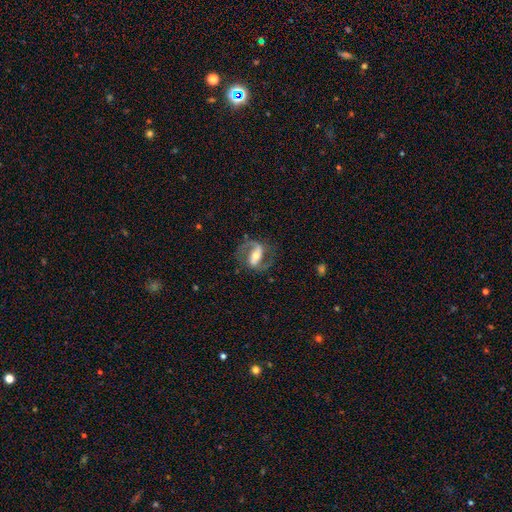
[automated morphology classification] type=featured or disk (85%); edge-on=no (96%); bar=strong (52%); spiral arms=yes (94%); winding=medium (53%); arm count=2 (90%); bulge=moderate (61%); merging=none (74%).